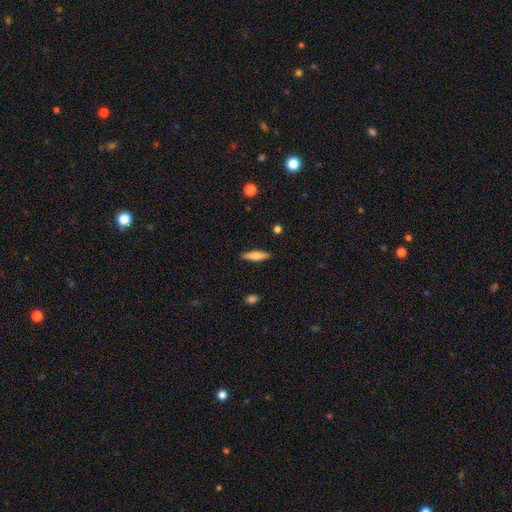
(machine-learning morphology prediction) Smooth or featured: smooth — 64% (featured or disk — 30%)
How rounded: cigar-shaped — 74% (in between — 24%)
Merging: none — 89% (minor disturbance — 8%)